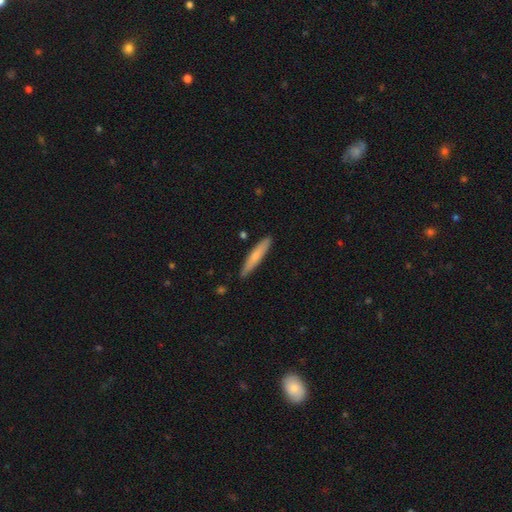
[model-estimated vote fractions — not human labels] Smooth or featured? Predicted: smooth (p=0.69). How rounded? Predicted: cigar-shaped (p=0.92). Merging? Predicted: none (p=0.87).